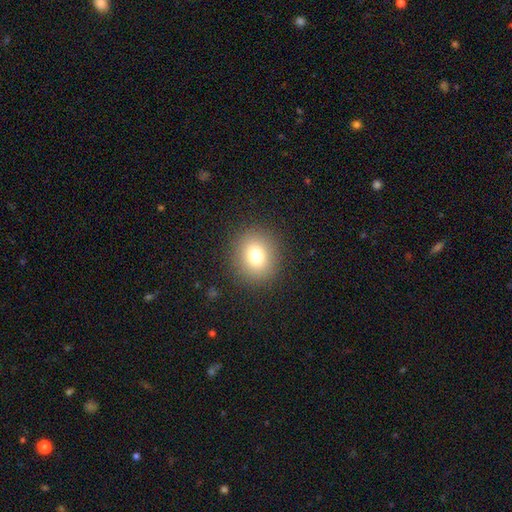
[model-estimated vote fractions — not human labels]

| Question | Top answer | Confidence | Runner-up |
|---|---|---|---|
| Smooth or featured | smooth | 77% | star or artifact (13%) |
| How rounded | round | 76% | in between (23%) |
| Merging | none | 88% | minor disturbance (7%) |